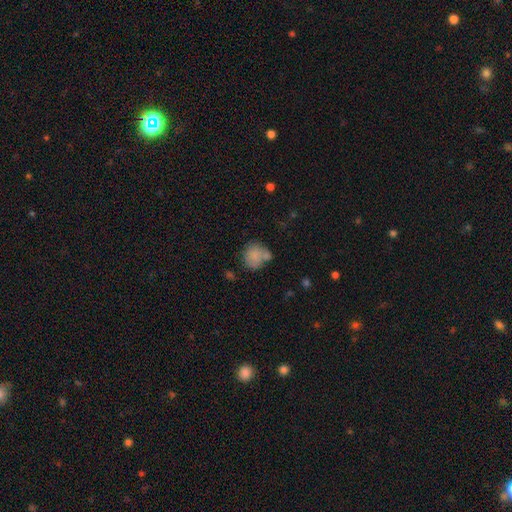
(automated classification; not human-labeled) The model was most divided on "merging": none: 48%, merger: 27%, minor disturbance: 18%, major disturbance: 8%. More confident: smooth or featured — smooth (80%); how rounded — round (75%).